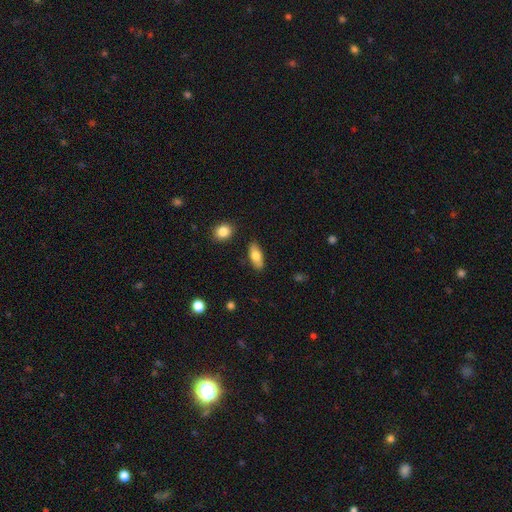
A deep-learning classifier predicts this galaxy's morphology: smooth 77%, featured or disk 17%, star or artifact 7%. Down the decision tree: how rounded — in between (82%); merging — none (85%).